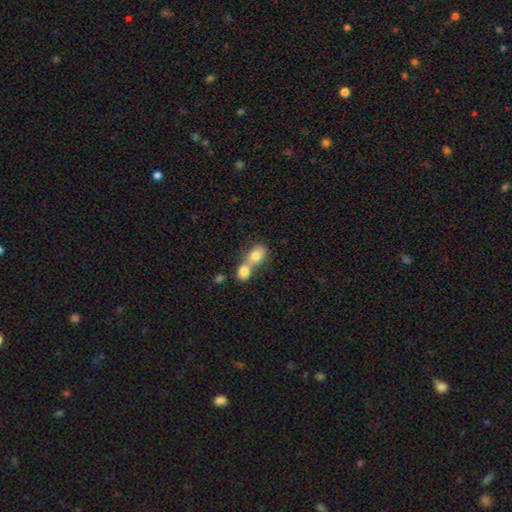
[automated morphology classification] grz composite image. It shows a smooth galaxy with no disk features (78%) that is in between round and cigar-shaped (65%). Merging: merger (70%).